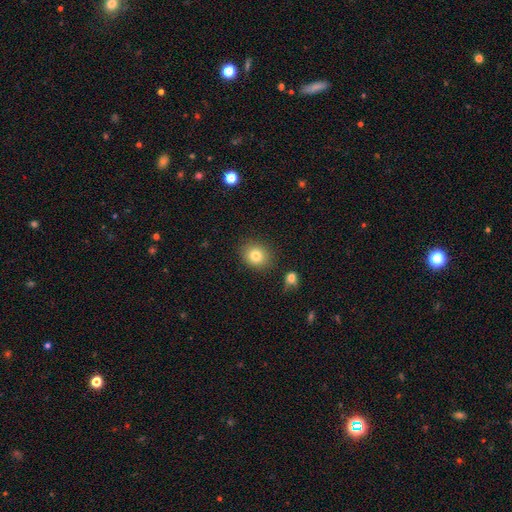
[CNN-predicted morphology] smooth-or-featured: smooth: 82% | star or artifact: 10% | featured or disk: 8%
  how-rounded: round: 70% | in between: 29% | cigar-shaped: 1%
  merging: none: 85% | minor disturbance: 9% | merger: 3% | major disturbance: 3%